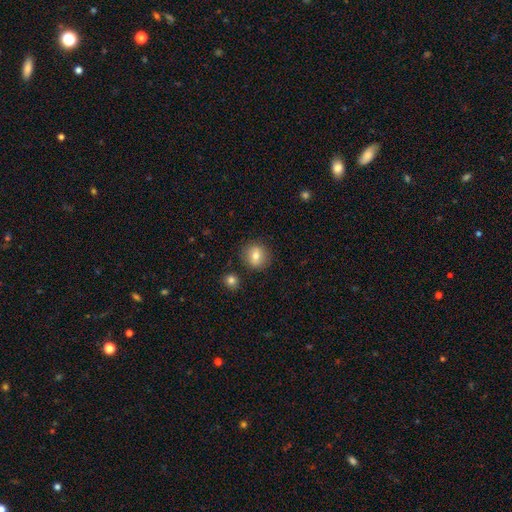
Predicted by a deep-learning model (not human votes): This appears to be a smooth galaxy with no disk features (77%) that is round (85%). Merging: none (86%).